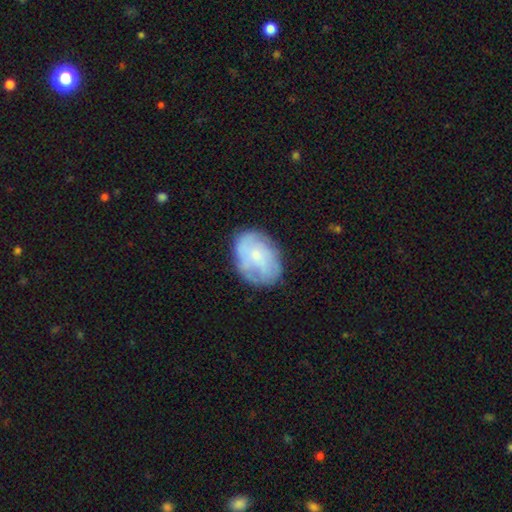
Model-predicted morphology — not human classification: smooth_or_featured: featured or disk (p=0.47) [alt: smooth p=0.46]
merging: none (p=0.70) [alt: minor disturbance p=0.21]